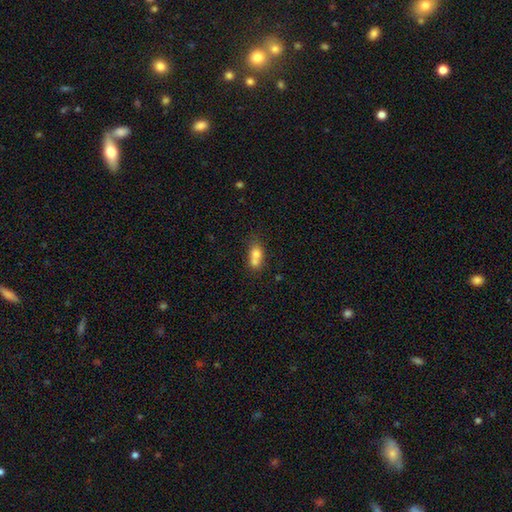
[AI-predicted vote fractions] Smooth or featured?
  - smooth: 72% *
  - featured or disk: 18%
  - star or artifact: 10%
How rounded?
  - in between: 59% *
  - round: 36%
  - cigar-shaped: 5%
Merging?
  - merger: 58% *
  - none: 27%
  - minor disturbance: 11%
  - major disturbance: 5%